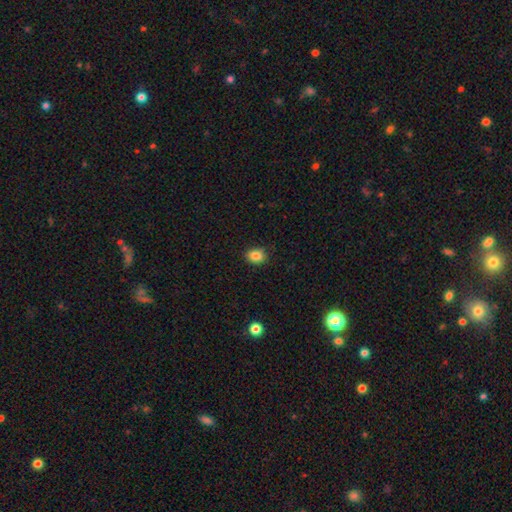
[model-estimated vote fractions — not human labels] The model was most divided on "how rounded": in between: 54%, round: 45%, cigar-shaped: 1%. More confident: merging — none (86%); smooth or featured — smooth (85%).